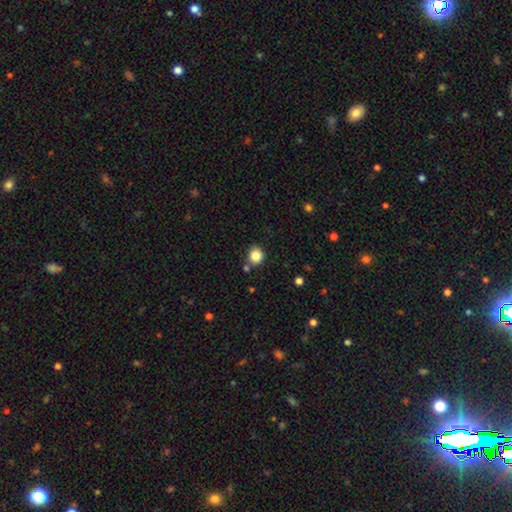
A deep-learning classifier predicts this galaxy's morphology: Smooth or featured?
  - smooth: 85% *
  - star or artifact: 10%
  - featured or disk: 5%
How rounded?
  - round: 79% *
  - in between: 20%
  - cigar-shaped: 1%
Merging?
  - none: 80% *
  - minor disturbance: 11%
  - merger: 6%
  - major disturbance: 3%